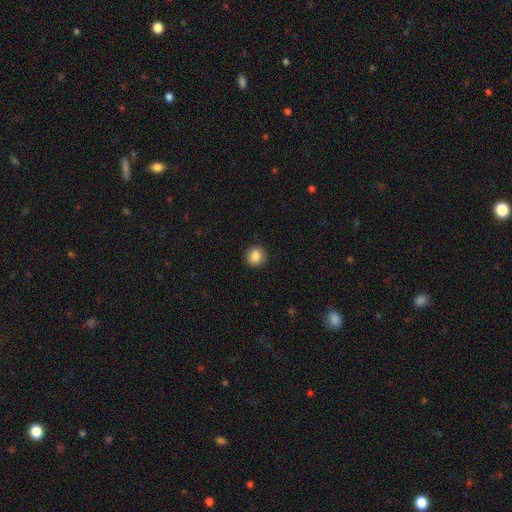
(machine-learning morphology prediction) type=smooth (86%); roundness=round (86%); merging=none (90%).